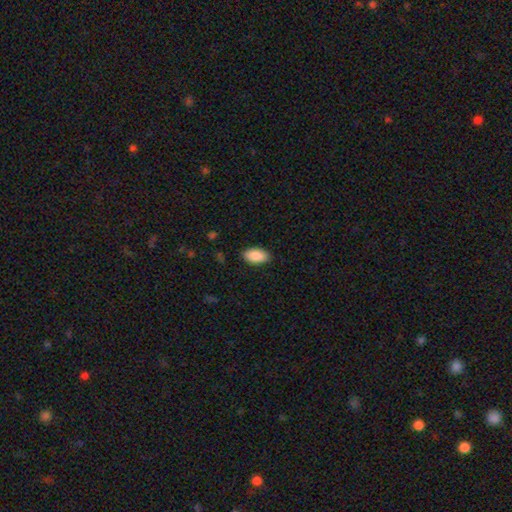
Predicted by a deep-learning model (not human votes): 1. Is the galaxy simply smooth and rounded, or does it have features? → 89% smooth, 6% star or artifact, 5% featured or disk.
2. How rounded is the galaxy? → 95% in between, 3% round, 2% cigar-shaped.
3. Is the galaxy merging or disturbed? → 88% none, 9% minor disturbance, 2% major disturbance, 1% merger.